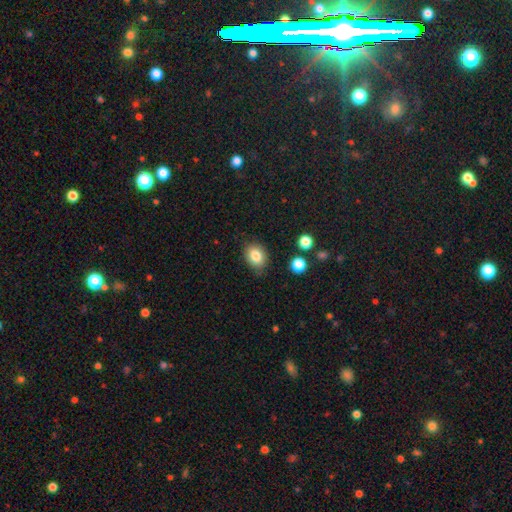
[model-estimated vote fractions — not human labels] Smooth or featured? smooth (84%)
How rounded? in between (62%)
Merging? none (81%)